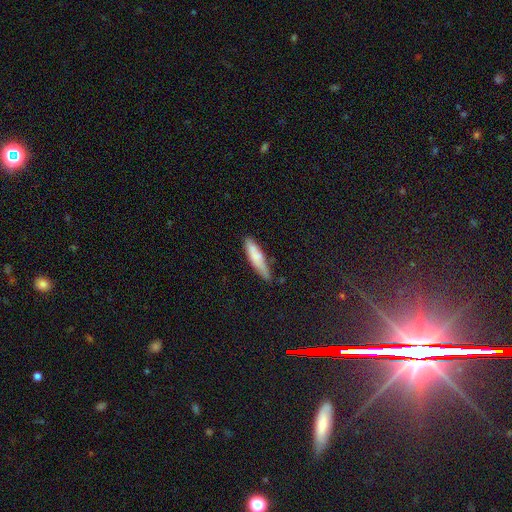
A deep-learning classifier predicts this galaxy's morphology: This is likely a smooth galaxy (75%). How rounded: likely cigar-shaped (78%). Merging: likely none (67%).